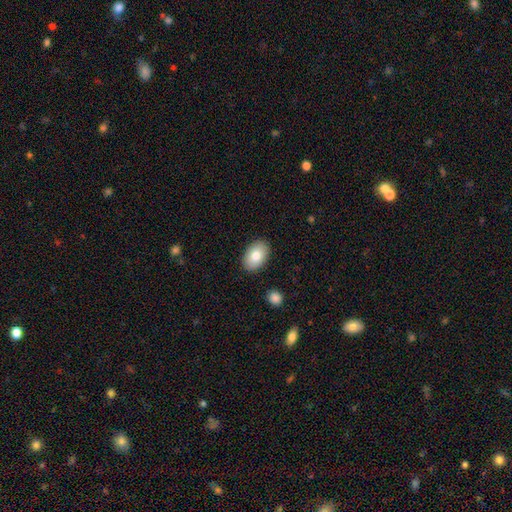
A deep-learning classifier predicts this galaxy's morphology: smooth 81%, featured or disk 12%, star or artifact 7%. Down the decision tree: how rounded — in between (90%); merging — none (89%).